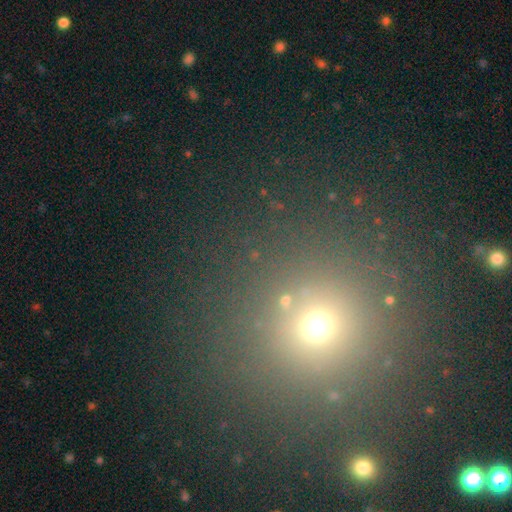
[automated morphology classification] A smooth galaxy with no disk features (52%) that is round (94%). Merging: none (87%).